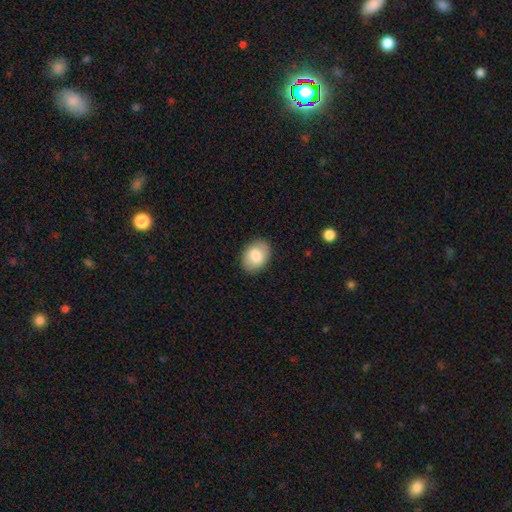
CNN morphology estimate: Smooth or featured?
  - smooth: 80% *
  - featured or disk: 13%
  - star or artifact: 7%
How rounded?
  - in between: 71% *
  - round: 28%
  - cigar-shaped: 1%
Merging?
  - none: 88% *
  - minor disturbance: 9%
  - major disturbance: 2%
  - merger: 1%